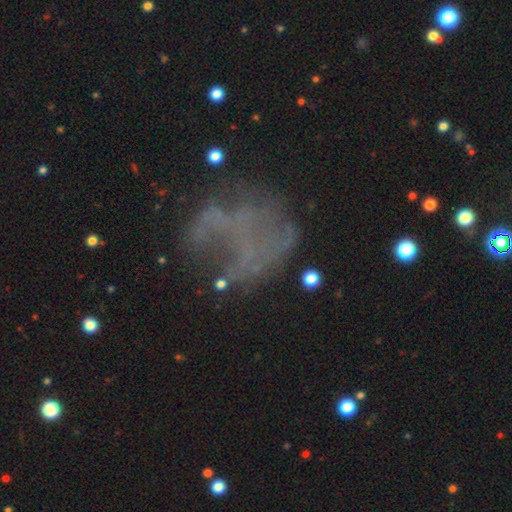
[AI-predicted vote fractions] Smooth or featured? Predicted: featured or disk (p=0.48). Merging? Predicted: none (p=0.45).